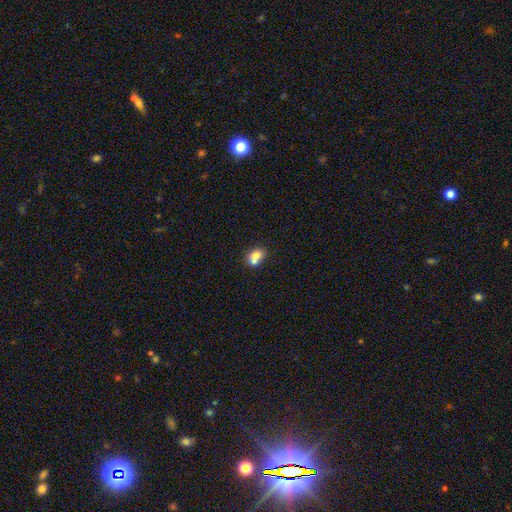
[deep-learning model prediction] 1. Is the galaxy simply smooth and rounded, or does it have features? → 73% smooth, 17% featured or disk, 10% star or artifact.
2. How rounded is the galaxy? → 52% in between, 47% round, 1% cigar-shaped.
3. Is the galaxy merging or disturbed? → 58% merger, 31% none, 8% minor disturbance, 3% major disturbance.